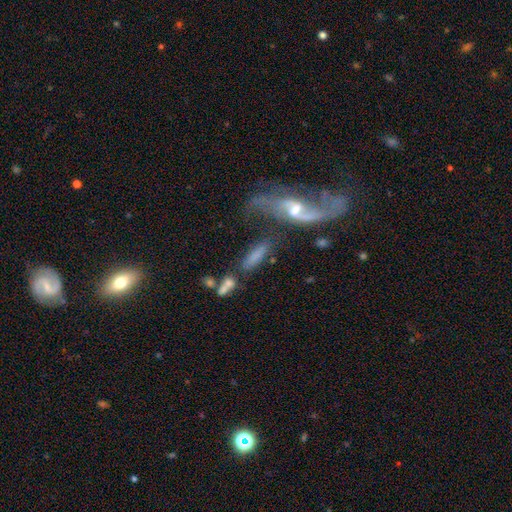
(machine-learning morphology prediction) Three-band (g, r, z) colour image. It shows a smooth galaxy with no disk features (56%) that is cigar-shaped (49%). Merging: none (40%).